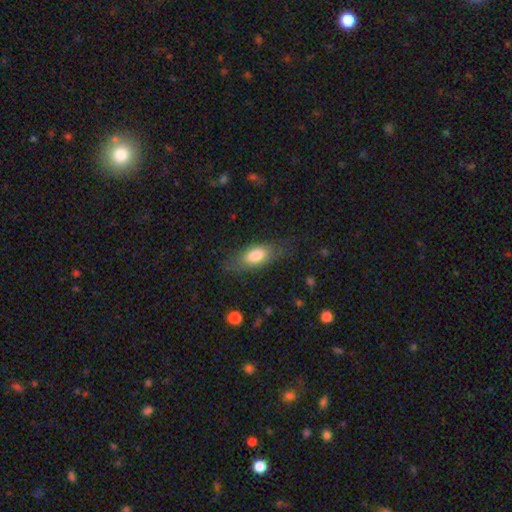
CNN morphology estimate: This appears to be a smooth galaxy with no disk features (70%) that is in between round and cigar-shaped (80%). Merging: none (70%).